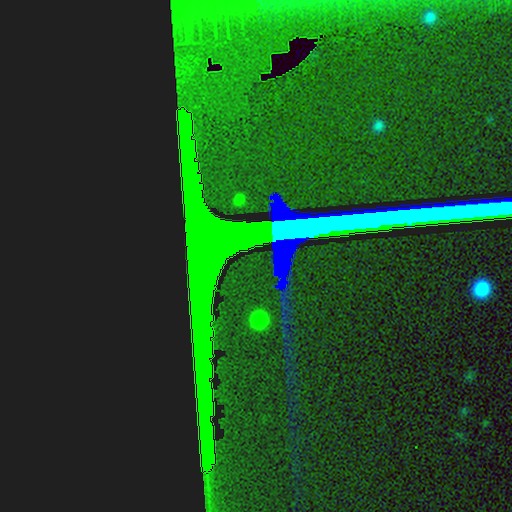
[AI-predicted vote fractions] star or artifact 89%, featured or disk 6%, smooth 5%.